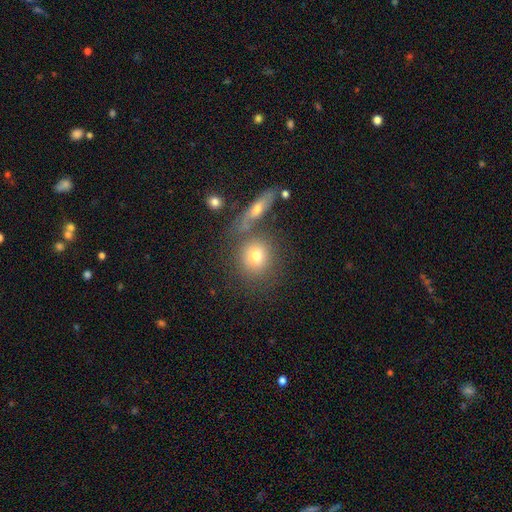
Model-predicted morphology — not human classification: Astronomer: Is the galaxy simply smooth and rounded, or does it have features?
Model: smooth — 73%.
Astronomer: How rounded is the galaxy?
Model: round — 78%.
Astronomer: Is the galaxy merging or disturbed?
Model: none — 64%.